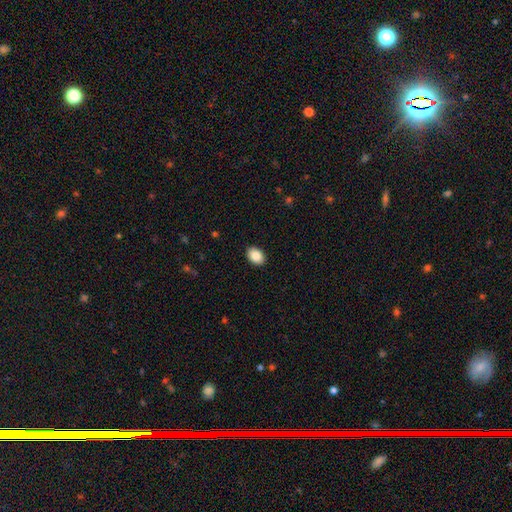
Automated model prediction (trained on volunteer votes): This is clearly a smooth galaxy (87%). How rounded: clearly in between (81%). Merging: clearly none (90%).